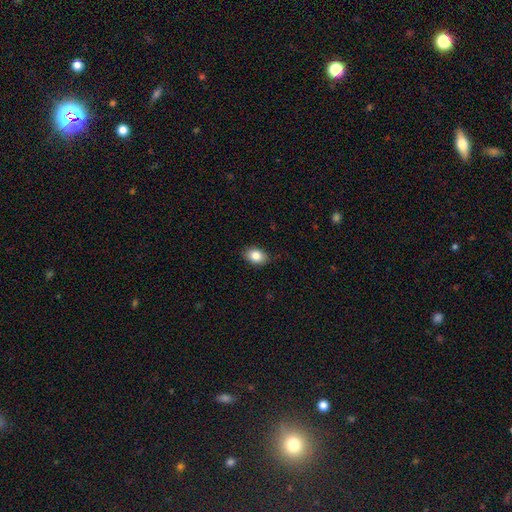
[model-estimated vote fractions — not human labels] This appears to be a smooth galaxy with no disk features (84%) that is in between round and cigar-shaped (79%). Merging: none (86%).